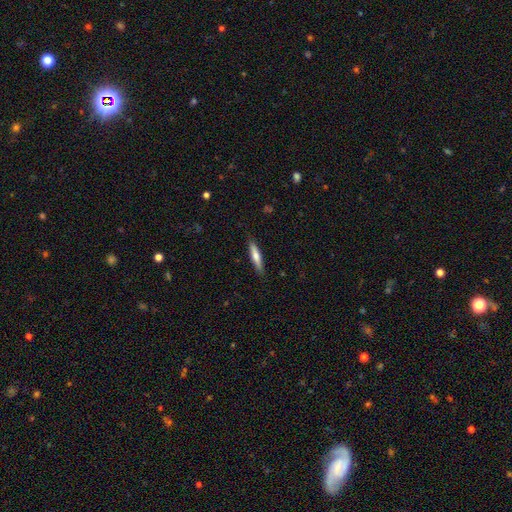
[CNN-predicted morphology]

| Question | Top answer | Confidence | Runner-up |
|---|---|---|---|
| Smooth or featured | smooth | 62% | featured or disk (32%) |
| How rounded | cigar-shaped | 85% | in between (13%) |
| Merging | none | 88% | minor disturbance (9%) |